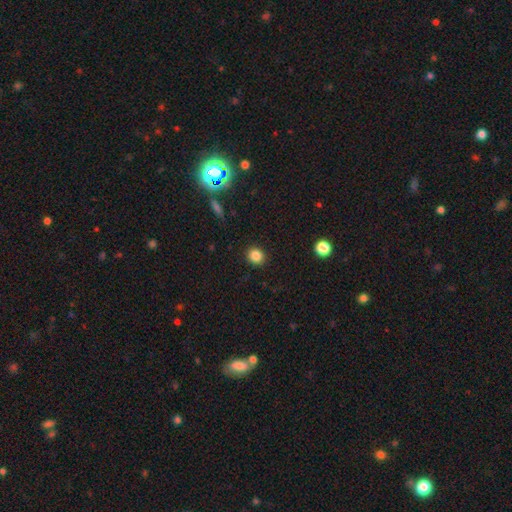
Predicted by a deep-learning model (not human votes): Smooth or featured? Predicted: smooth (p=0.84). How rounded? Predicted: round (p=0.85). Merging? Predicted: none (p=0.91).